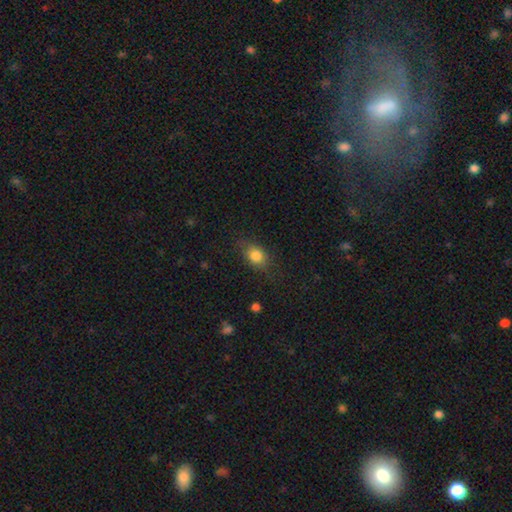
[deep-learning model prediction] A smooth galaxy with no disk features (82%) that is in between round and cigar-shaped (65%).

Vote fractions:
- Smooth or featured? smooth: 82% / star or artifact: 10% / featured or disk: 8%
- How rounded? in between: 65% / round: 33% / cigar-shaped: 2%
- Merging? none: 74% / minor disturbance: 19% / major disturbance: 6% / merger: 1%